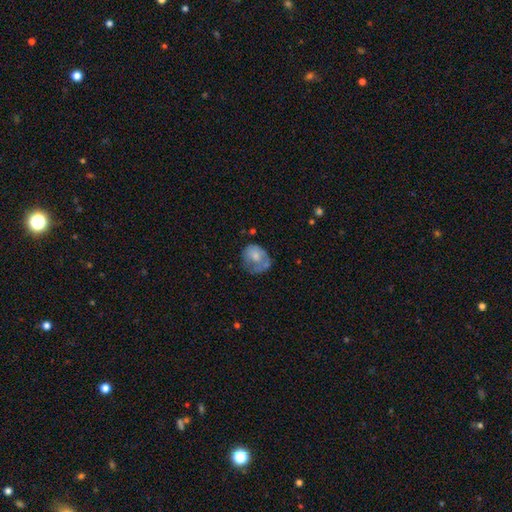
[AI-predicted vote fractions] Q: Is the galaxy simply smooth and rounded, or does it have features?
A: smooth — 61%.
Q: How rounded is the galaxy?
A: round — 62%.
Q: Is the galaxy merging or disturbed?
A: none — 40%.